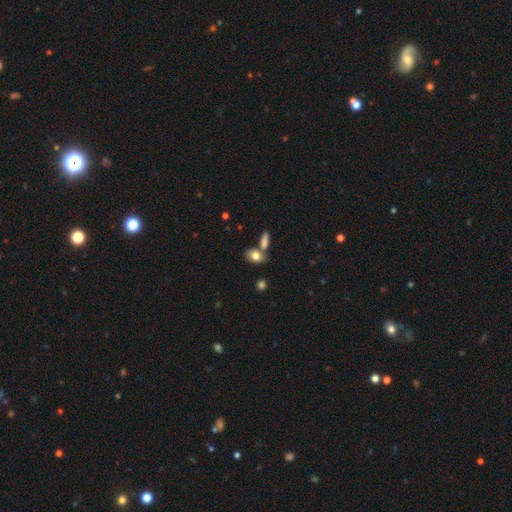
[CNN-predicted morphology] A smooth galaxy with no disk features (80%) that is in between round and cigar-shaped (79%). Merging: none (56%).